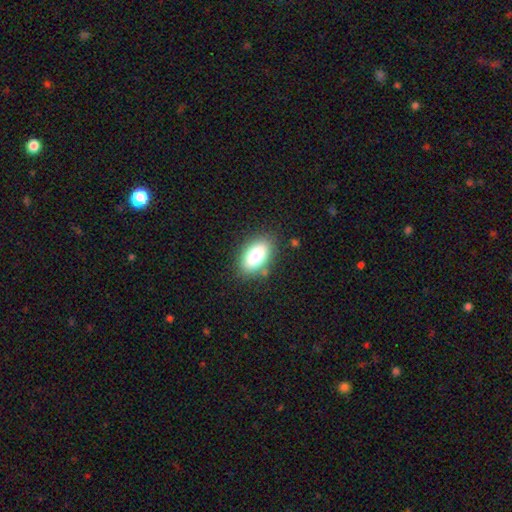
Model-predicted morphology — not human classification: Smooth or featured: smooth — 80% (featured or disk — 12%)
How rounded: in between — 91% (round — 6%)
Merging: none — 83% (minor disturbance — 12%)